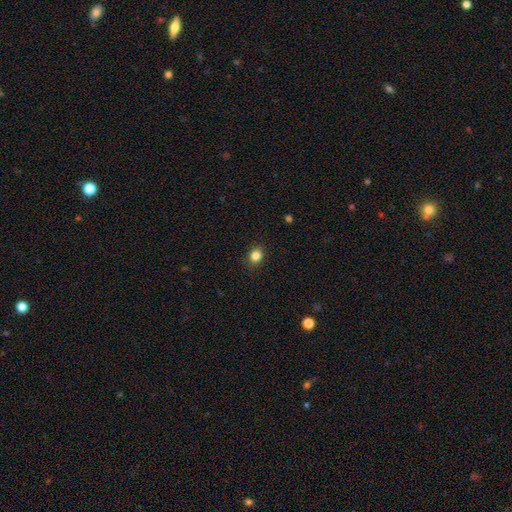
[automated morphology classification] A smooth galaxy with no disk features (84%) that is round (66%).

Vote fractions:
- Smooth or featured? smooth: 84% / star or artifact: 12% / featured or disk: 5%
- How rounded? round: 66% / in between: 33% / cigar-shaped: 1%
- Merging? none: 89% / minor disturbance: 8% / major disturbance: 2% / merger: 1%